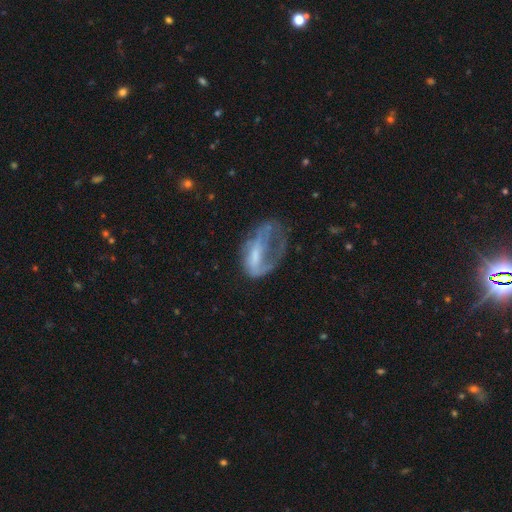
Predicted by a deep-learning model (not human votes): Smooth or featured: featured or disk — 58% (smooth — 33%)
Edge-on disk: no — 94% (yes — 6%)
Bar: no — 50% (weak — 33%)
Spiral arms: no — 53% (yes — 47%)
Bulge size: none — 35% (small — 32%)
Merging: major disturbance — 51% (none — 25%)